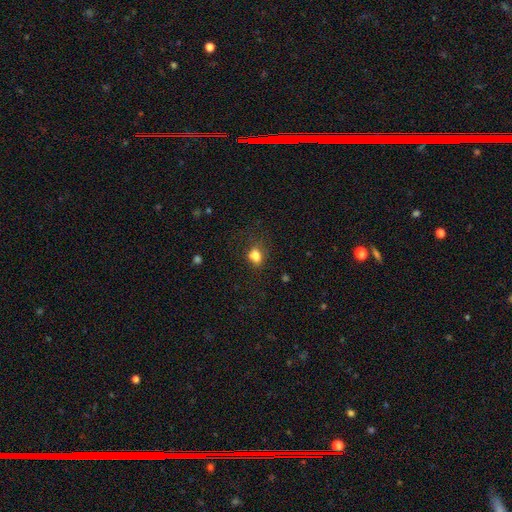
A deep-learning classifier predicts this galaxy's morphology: smooth_or_featured: smooth (p=0.80) [alt: star or artifact p=0.12]
how_rounded: in between (p=0.61) [alt: round p=0.38]
merging: none (p=0.65) [alt: minor disturbance p=0.20]